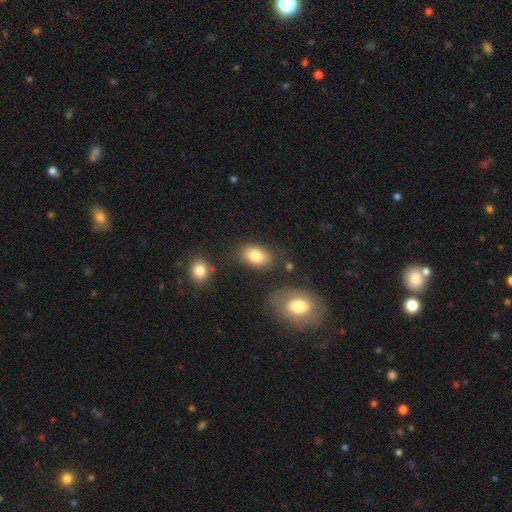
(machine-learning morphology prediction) Smooth or featured? Predicted: smooth (p=0.84). How rounded? Predicted: in between (p=0.88). Merging? Predicted: none (p=0.79).